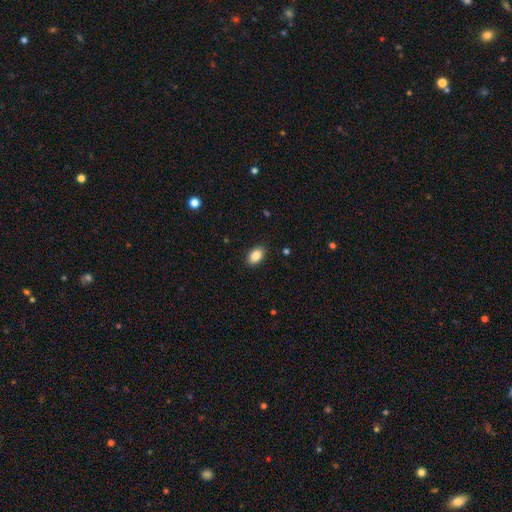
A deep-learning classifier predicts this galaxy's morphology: A smooth galaxy with no disk features (88%) that is in between round and cigar-shaped (88%).

Vote fractions:
- Smooth or featured? smooth: 88% / star or artifact: 8% / featured or disk: 4%
- How rounded? in between: 88% / round: 11% / cigar-shaped: 1%
- Merging? none: 88% / minor disturbance: 8% / major disturbance: 2% / merger: 1%